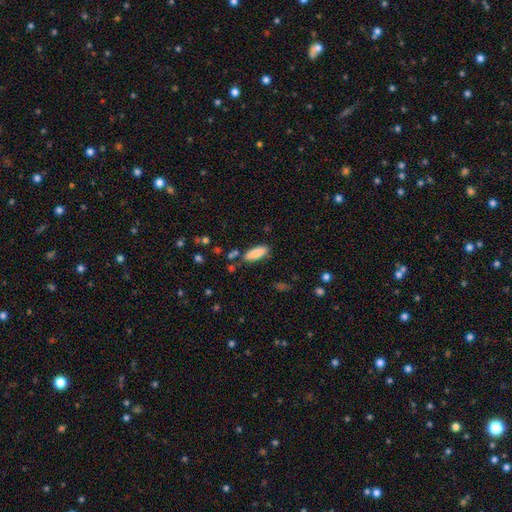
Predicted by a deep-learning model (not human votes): smooth-or-featured: smooth: 85% | star or artifact: 9% | featured or disk: 6%
  how-rounded: in between: 62% | cigar-shaped: 36% | round: 2%
  merging: none: 79% | minor disturbance: 13% | merger: 4% | major disturbance: 3%